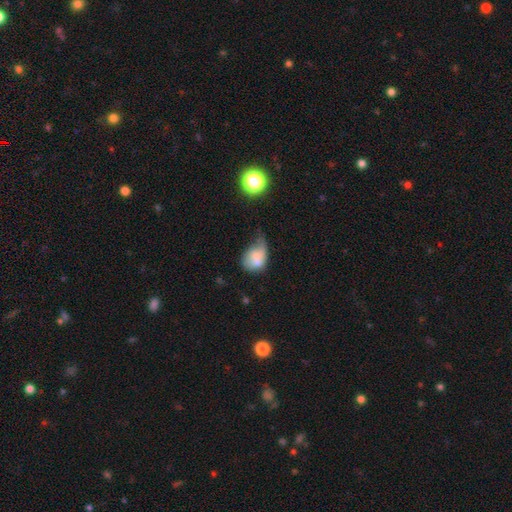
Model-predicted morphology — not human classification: smooth-or-featured: smooth: 63% | featured or disk: 27% | star or artifact: 10%
  how-rounded: in between: 69% | round: 30% | cigar-shaped: 2%
  merging: major disturbance: 32% | minor disturbance: 29% | merger: 21% | none: 18%